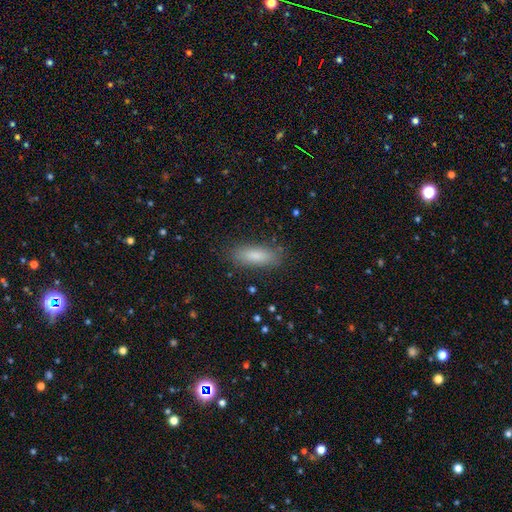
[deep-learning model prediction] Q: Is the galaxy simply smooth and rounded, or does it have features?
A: smooth — 83%.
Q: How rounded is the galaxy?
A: in between — 62%.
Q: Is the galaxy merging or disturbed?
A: none — 84%.